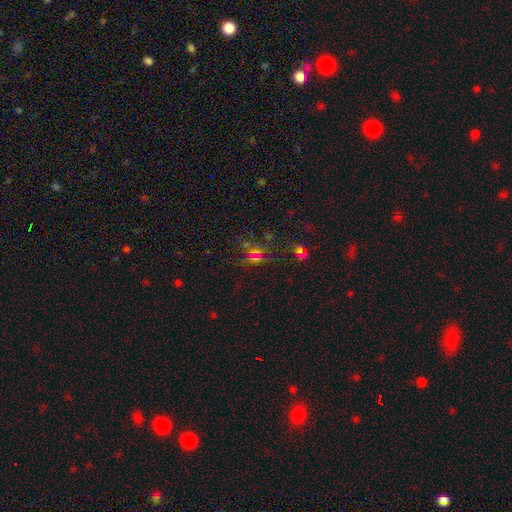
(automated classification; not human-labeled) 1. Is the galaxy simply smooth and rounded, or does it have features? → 49% star or artifact, 35% smooth, 16% featured or disk.